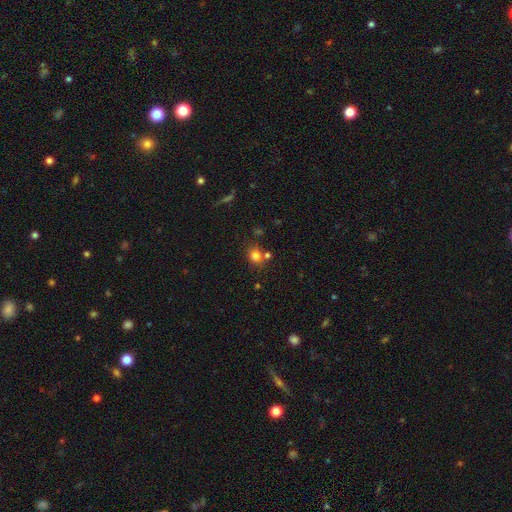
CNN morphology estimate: Q: Smooth or featured?
A: smooth (79%); runner-up: star or artifact (14%)
Q: How rounded?
A: round (73%); runner-up: in between (26%)
Q: Merging?
A: none (66%); runner-up: merger (17%)